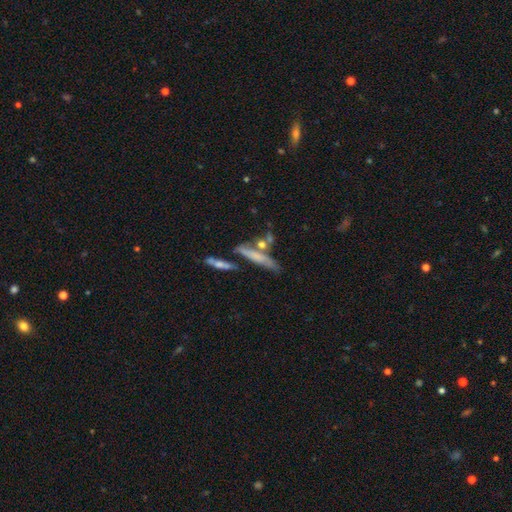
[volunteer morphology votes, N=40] Overall: smooth (62%; featured or disk 30%). How rounded: cigar-shaped (92%). Merging: none (62%).